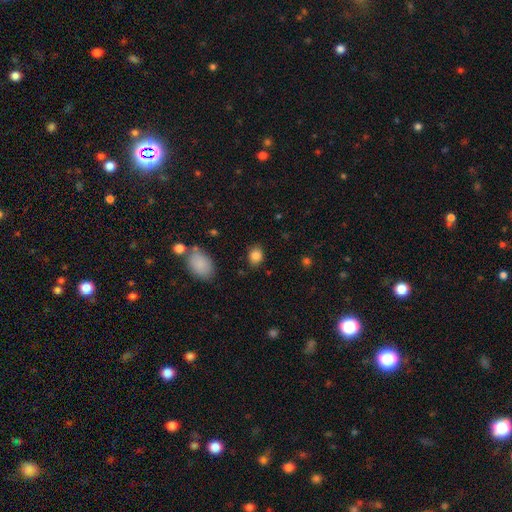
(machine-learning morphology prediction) smooth-or-featured: smooth: 85% | star or artifact: 10% | featured or disk: 5%
  how-rounded: in between: 50% | round: 49% | cigar-shaped: 1%
  merging: none: 83% | minor disturbance: 12% | major disturbance: 3% | merger: 2%